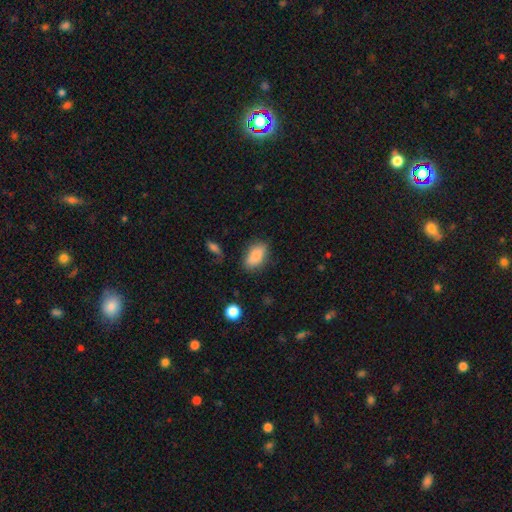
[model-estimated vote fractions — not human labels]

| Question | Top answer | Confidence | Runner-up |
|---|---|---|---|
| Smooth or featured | smooth | 84% | featured or disk (9%) |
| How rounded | in between | 89% | cigar-shaped (6%) |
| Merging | none | 78% | minor disturbance (15%) |